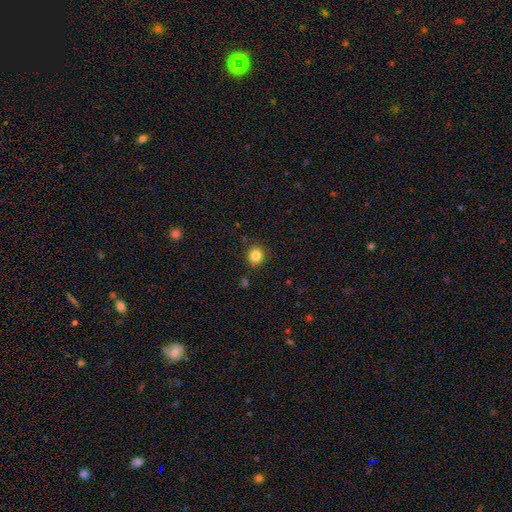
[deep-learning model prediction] smooth_or_featured: smooth (p=0.84) [alt: star or artifact p=0.11]
how_rounded: round (p=0.88) [alt: in between p=0.11]
merging: none (p=0.86) [alt: minor disturbance p=0.09]